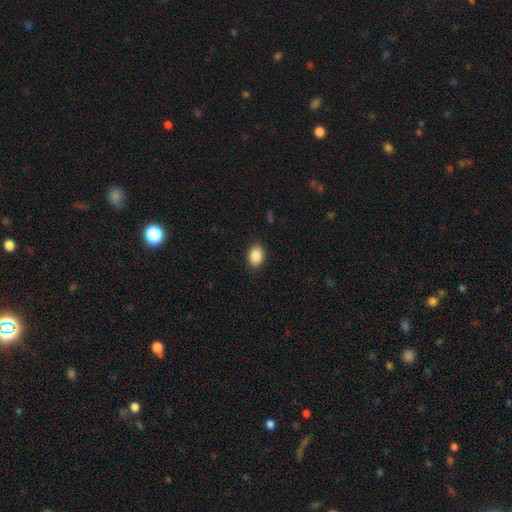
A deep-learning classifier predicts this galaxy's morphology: type=smooth (87%); roundness=in between (75%); merging=none (88%).